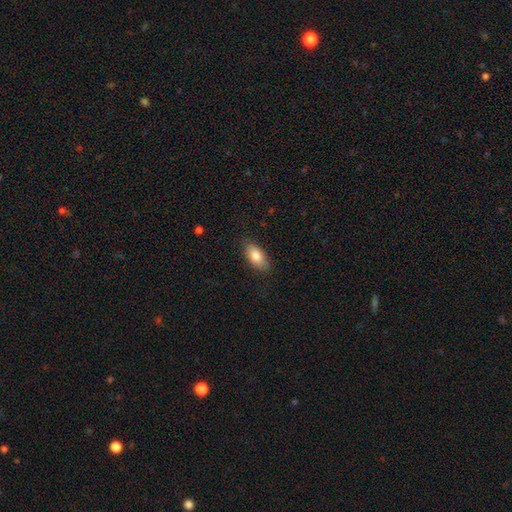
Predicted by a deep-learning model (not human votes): smooth-or-featured: smooth: 83% | featured or disk: 10% | star or artifact: 7%
  how-rounded: in between: 90% | cigar-shaped: 7% | round: 3%
  merging: none: 84% | minor disturbance: 13% | major disturbance: 3% | merger: 1%